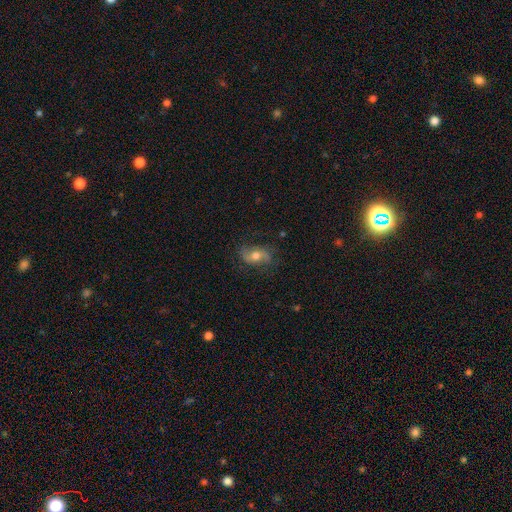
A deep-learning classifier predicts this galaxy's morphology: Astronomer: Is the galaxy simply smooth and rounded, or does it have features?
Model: featured or disk — 62%.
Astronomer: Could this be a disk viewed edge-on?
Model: no — 92%.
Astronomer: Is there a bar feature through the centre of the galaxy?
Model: no — 60%.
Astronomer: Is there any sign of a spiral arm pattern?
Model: yes — 86%.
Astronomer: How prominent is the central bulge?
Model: moderate — 70%.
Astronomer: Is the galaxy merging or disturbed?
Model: none — 75%.